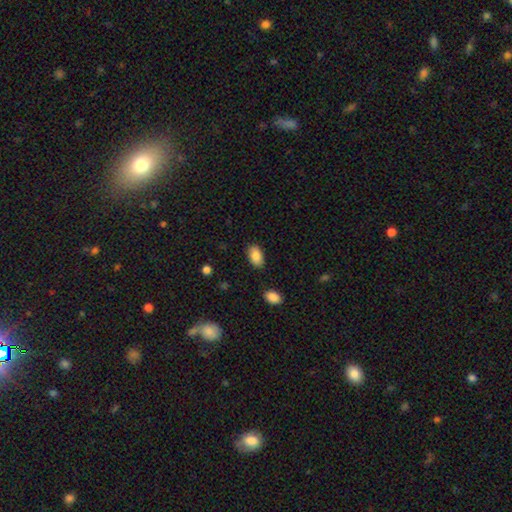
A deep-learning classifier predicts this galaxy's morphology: smooth_or_featured: smooth (p=0.86) [alt: star or artifact p=0.07]
how_rounded: in between (p=0.93) [alt: round p=0.05]
merging: none (p=0.85) [alt: minor disturbance p=0.10]